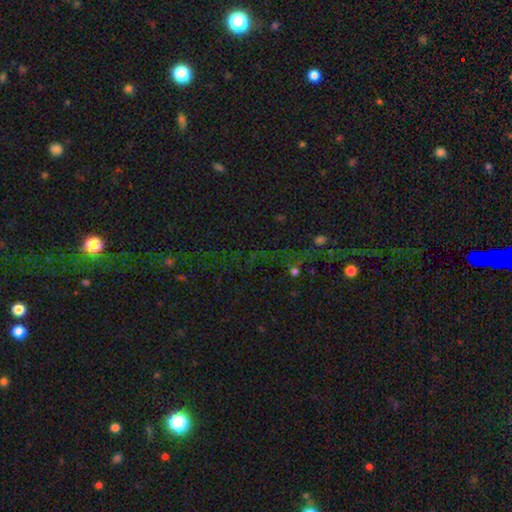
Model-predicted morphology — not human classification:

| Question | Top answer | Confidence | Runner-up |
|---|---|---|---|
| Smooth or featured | star or artifact | 71% | smooth (19%) |